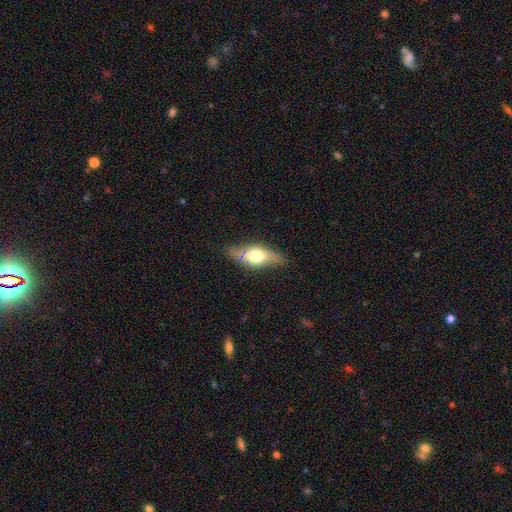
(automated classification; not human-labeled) Morphology: type=smooth (57%); roundness=in between (73%); merging=none (75%).